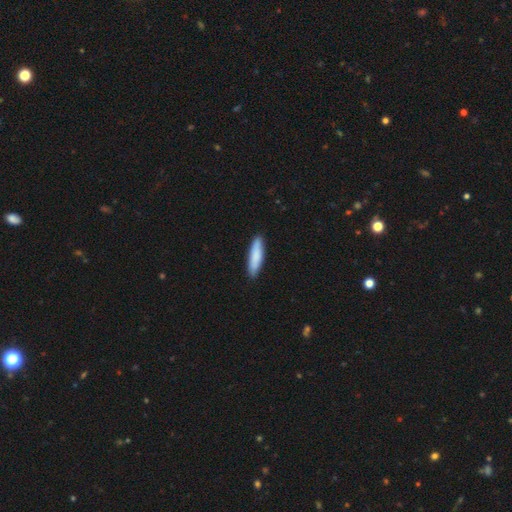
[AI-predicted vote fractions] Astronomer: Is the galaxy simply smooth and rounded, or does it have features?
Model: smooth — 84%.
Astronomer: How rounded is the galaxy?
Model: cigar-shaped — 73%.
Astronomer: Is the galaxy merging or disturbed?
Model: none — 89%.